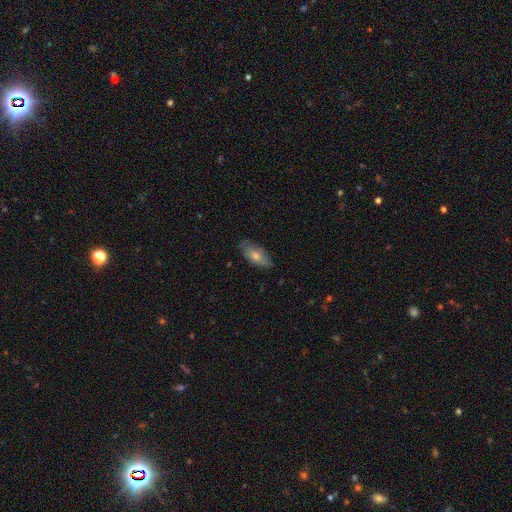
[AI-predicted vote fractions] A smooth galaxy with no disk features (62%) that is in between round and cigar-shaped (82%). Merging: none (81%).